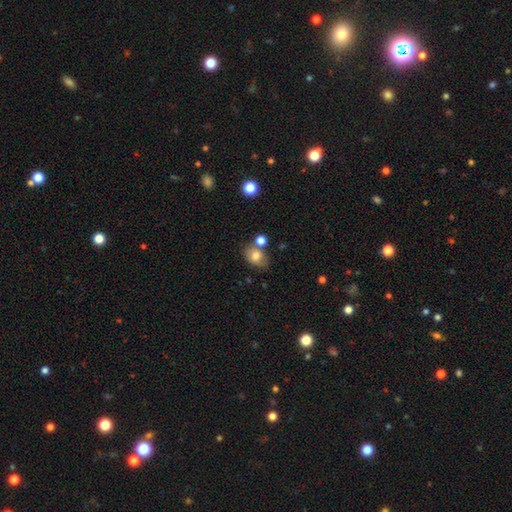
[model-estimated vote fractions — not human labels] A smooth galaxy with no disk features (76%) that is in between round and cigar-shaped (65%). Merging: none (61%).